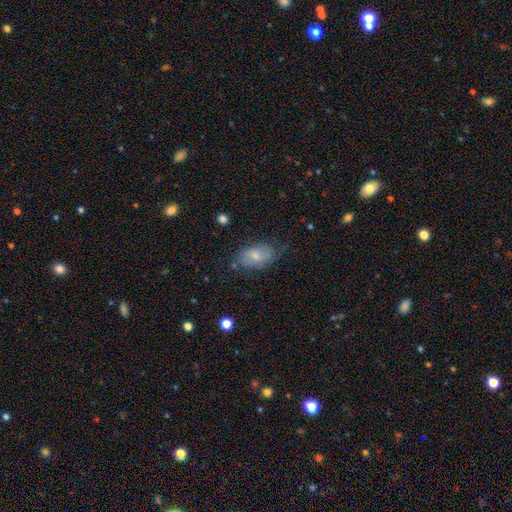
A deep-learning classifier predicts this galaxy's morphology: This appears to be a smooth galaxy with no disk features (64%) that is in between round and cigar-shaped (91%). Merging: none (62%).